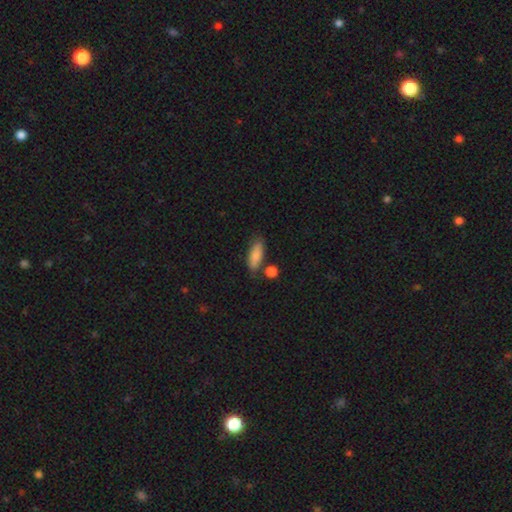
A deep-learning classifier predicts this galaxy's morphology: Overall: smooth (82%). How rounded: in between (67%; cigar-shaped 29%). Merging: none (70%).